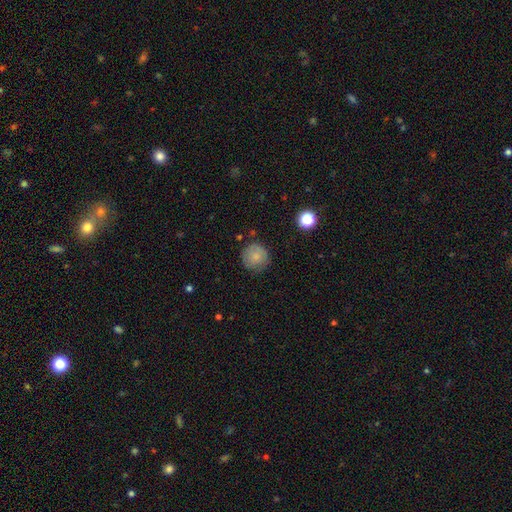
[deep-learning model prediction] Smooth or featured? Predicted: smooth (p=0.77). How rounded? Predicted: round (p=0.94). Merging? Predicted: none (p=0.79).